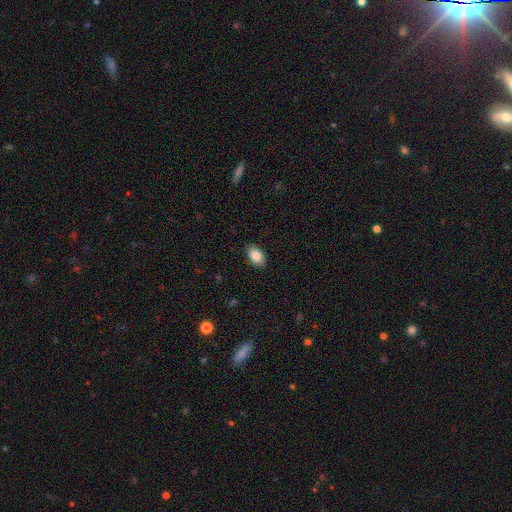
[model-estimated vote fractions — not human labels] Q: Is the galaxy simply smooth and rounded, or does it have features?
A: smooth — 87%.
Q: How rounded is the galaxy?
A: in between — 91%.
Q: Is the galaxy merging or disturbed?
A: none — 88%.